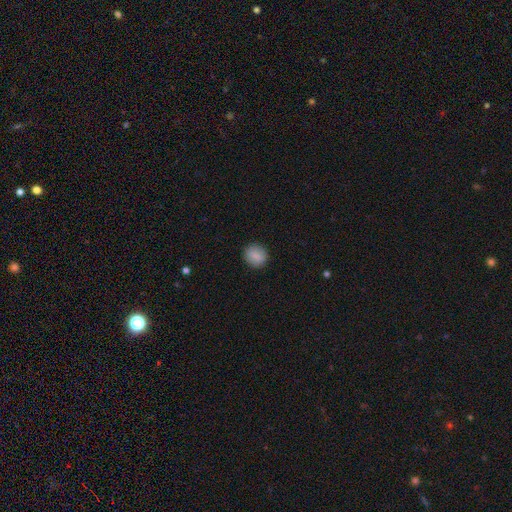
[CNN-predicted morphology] smooth 86%, star or artifact 8%, featured or disk 6%. Down the decision tree: how rounded — round (79%); merging — none (89%).